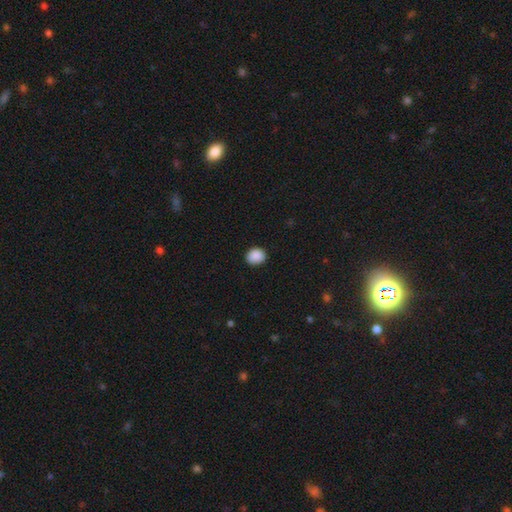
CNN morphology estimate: type=smooth (89%); roundness=round (70%); merging=none (88%).